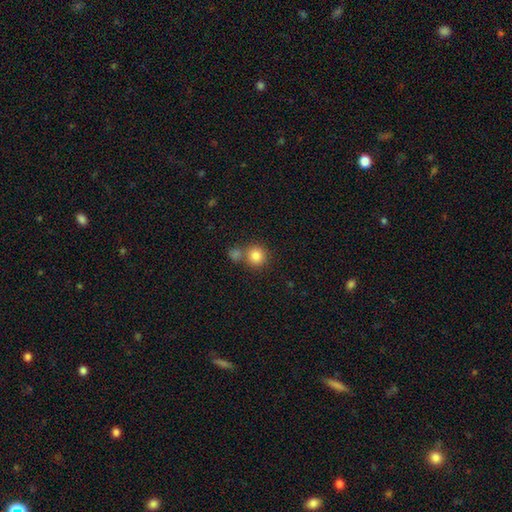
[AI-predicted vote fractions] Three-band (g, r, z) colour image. It shows a smooth galaxy with no disk features (84%) that is round (91%). Merging: none (60%).